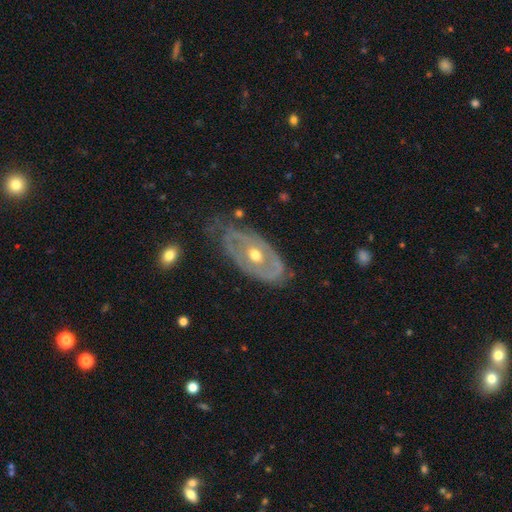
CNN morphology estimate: This is likely a featured or disk galaxy (78%). It is clearly not viewed edge-on (90%). Bar: likely no (79%). Spiral arm pattern: possibly yes (53%). Central bulge: likely moderate (67%). Merging: likely none (66%).